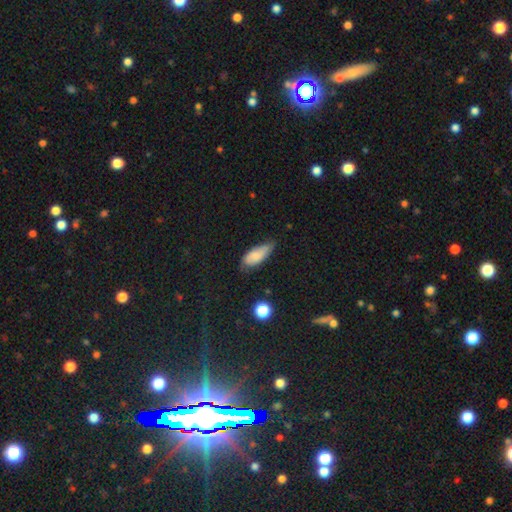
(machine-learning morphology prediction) Smooth or featured: smooth — 71% (featured or disk — 21%)
How rounded: in between — 81% (cigar-shaped — 17%)
Merging: none — 54% (minor disturbance — 37%)